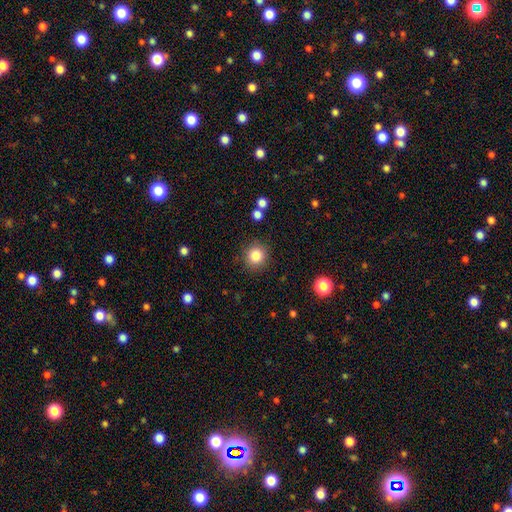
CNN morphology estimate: smooth_or_featured: smooth (p=0.84) [alt: star or artifact p=0.10]
how_rounded: round (p=0.91) [alt: in between p=0.08]
merging: none (p=0.88) [alt: minor disturbance p=0.08]